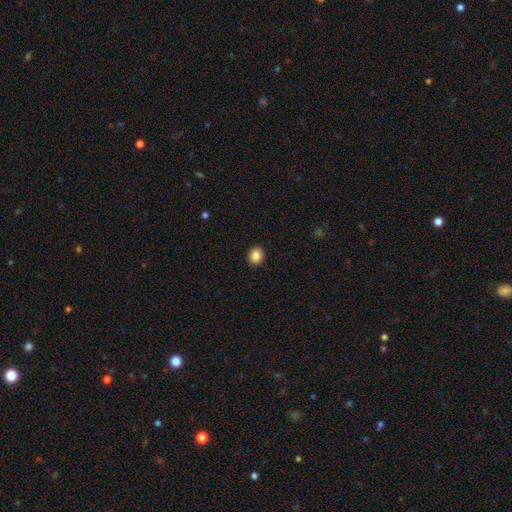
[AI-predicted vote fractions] Q: Smooth or featured?
A: smooth (87%); runner-up: star or artifact (9%)
Q: How rounded?
A: round (60%); runner-up: in between (40%)
Q: Merging?
A: none (92%); runner-up: minor disturbance (6%)